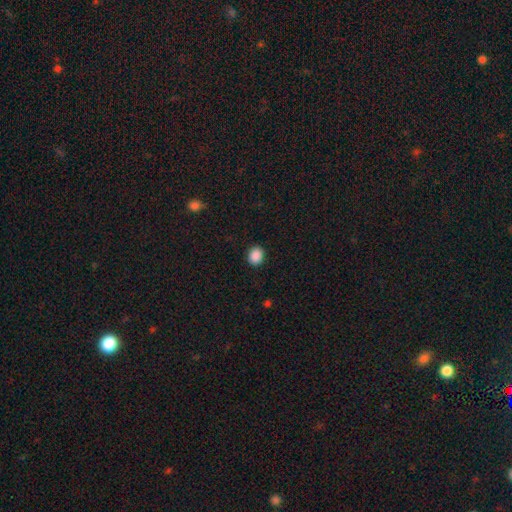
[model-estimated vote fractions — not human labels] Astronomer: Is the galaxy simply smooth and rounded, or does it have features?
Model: smooth — 89%.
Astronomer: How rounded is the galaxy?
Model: round — 64%.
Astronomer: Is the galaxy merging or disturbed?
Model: none — 90%.